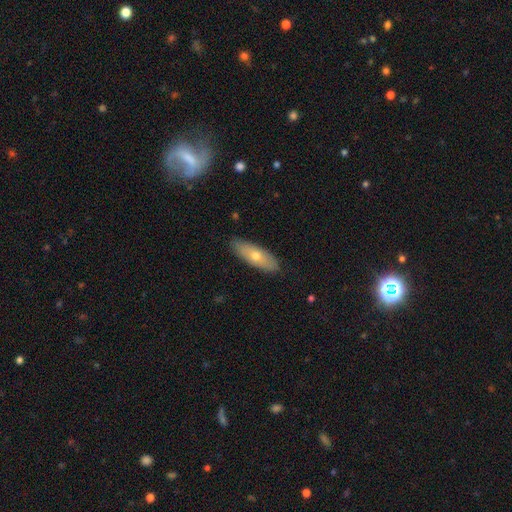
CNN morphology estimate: Smooth or featured? smooth (59%)
How rounded? in between (59%)
Merging? none (87%)